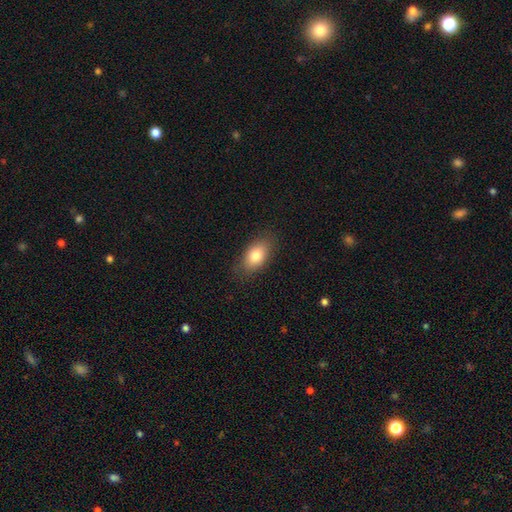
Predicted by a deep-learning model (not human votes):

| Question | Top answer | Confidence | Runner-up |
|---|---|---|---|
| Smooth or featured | smooth | 80% | featured or disk (12%) |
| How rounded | in between | 89% | round (8%) |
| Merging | none | 84% | minor disturbance (12%) |